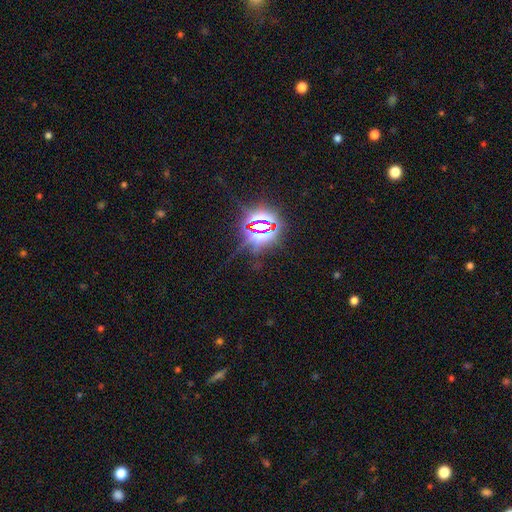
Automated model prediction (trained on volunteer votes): A star or artifact, not a galaxy (83%).